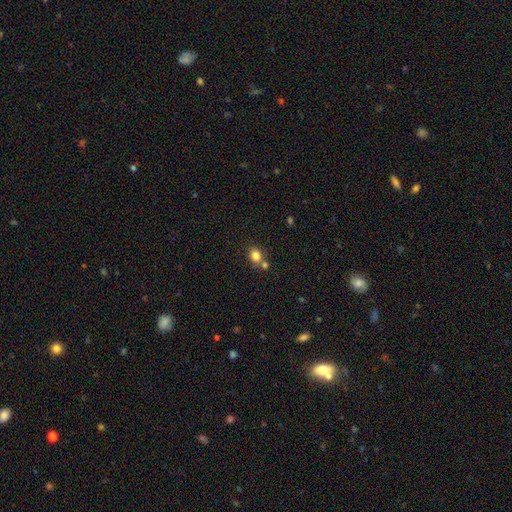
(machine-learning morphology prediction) smooth 81%, star or artifact 12%, featured or disk 7%. Down the decision tree: how rounded — round (59%); merging — none (58%).